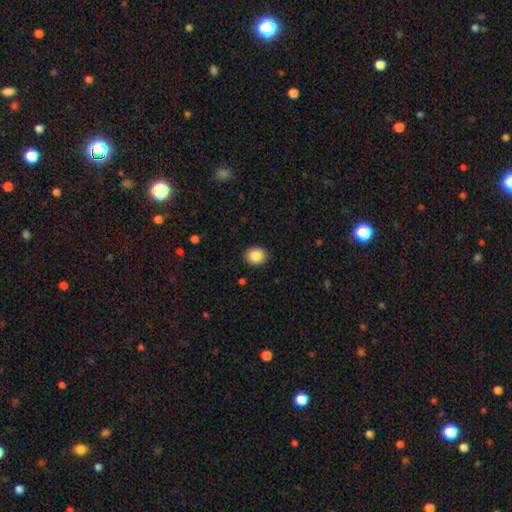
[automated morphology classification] Smooth or featured?
  - smooth: 86% *
  - star or artifact: 8%
  - featured or disk: 6%
How rounded?
  - round: 58% *
  - in between: 41%
  - cigar-shaped: 1%
Merging?
  - none: 90% *
  - minor disturbance: 7%
  - major disturbance: 2%
  - merger: 1%